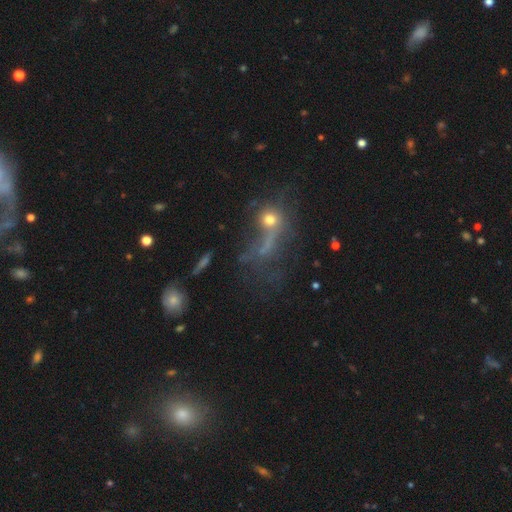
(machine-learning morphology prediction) This appears to be a smooth galaxy with no disk features (39%). Merging: major disturbance (34%).